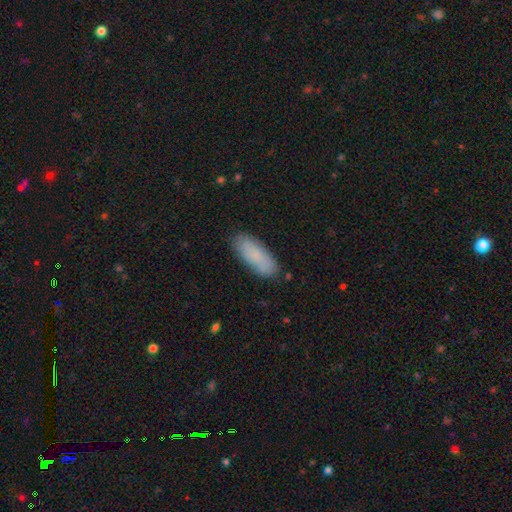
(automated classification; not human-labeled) Morphology: type=smooth (78%); roundness=in between (74%); merging=none (85%).